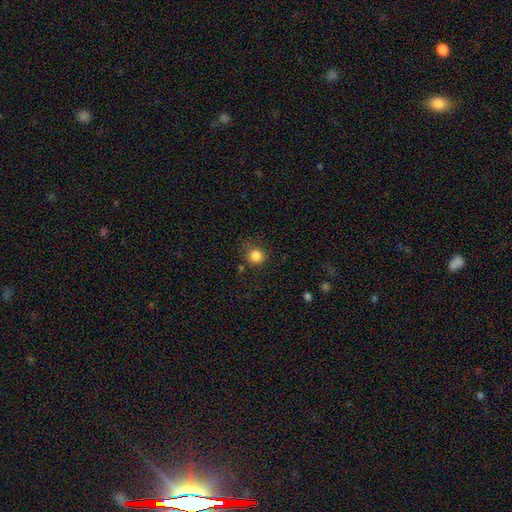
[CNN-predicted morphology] smooth 84%, star or artifact 11%, featured or disk 4%. Down the decision tree: how rounded — round (90%); merging — none (80%).